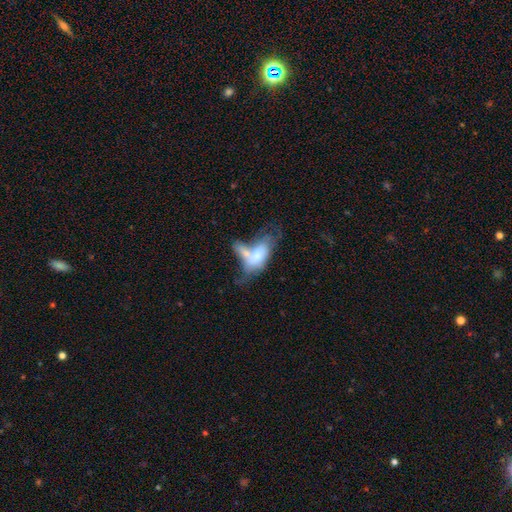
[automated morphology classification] This appears to be a smooth galaxy with no disk features (59%) that is in between round and cigar-shaped (86%). Merging: merger (54%).